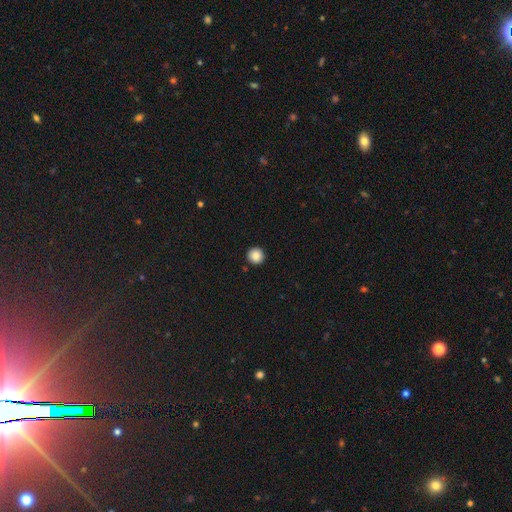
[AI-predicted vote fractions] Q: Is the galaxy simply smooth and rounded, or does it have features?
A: smooth — 87%.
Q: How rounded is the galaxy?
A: round — 95%.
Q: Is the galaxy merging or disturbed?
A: none — 92%.